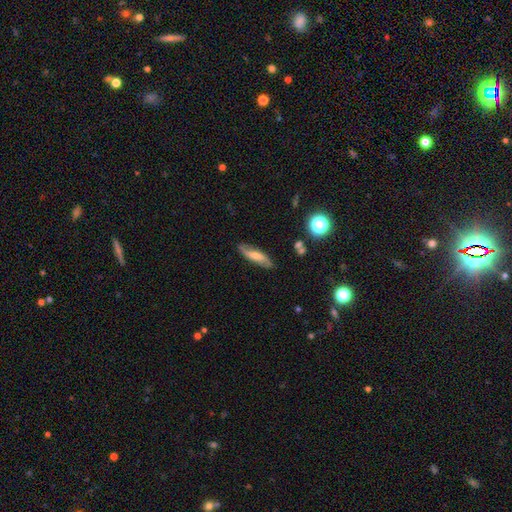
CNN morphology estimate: A featured or disk galaxy (51%).

Vote fractions:
- Smooth or featured? featured or disk: 51% / smooth: 41% / star or artifact: 8%
- Edge-on disk? no: 70% / yes: 30%
- Merging? none: 77% / minor disturbance: 16% / major disturbance: 4% / merger: 2%